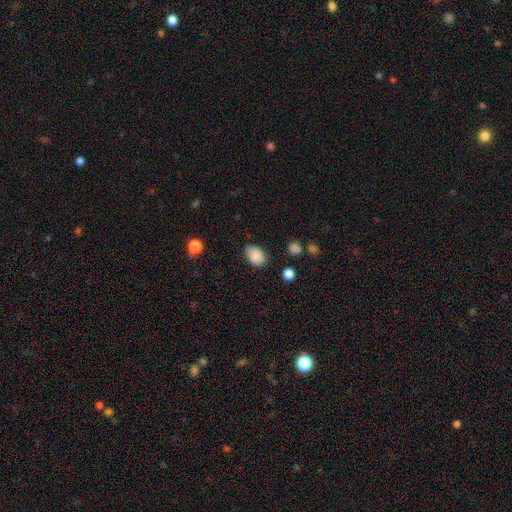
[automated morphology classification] smooth 86%, star or artifact 8%, featured or disk 5%. Down the decision tree: how rounded — in between (76%); merging — none (72%).